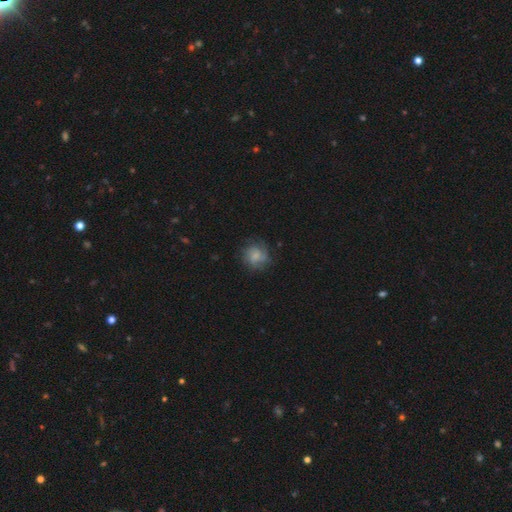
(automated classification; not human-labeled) Smooth or featured? Predicted: smooth (p=0.47). Merging? Predicted: none (p=0.72).